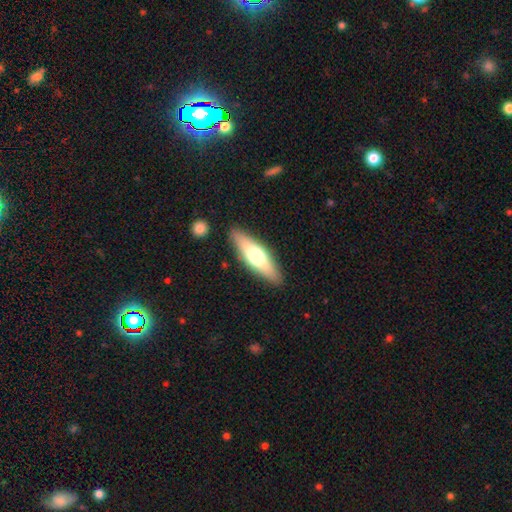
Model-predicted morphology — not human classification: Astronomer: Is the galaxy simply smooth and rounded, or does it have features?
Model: smooth — 55% (runner-up: featured or disk, 39%).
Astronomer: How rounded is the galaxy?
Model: cigar-shaped — 56% (runner-up: in between, 42%).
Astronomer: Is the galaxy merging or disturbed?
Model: none — 87%.